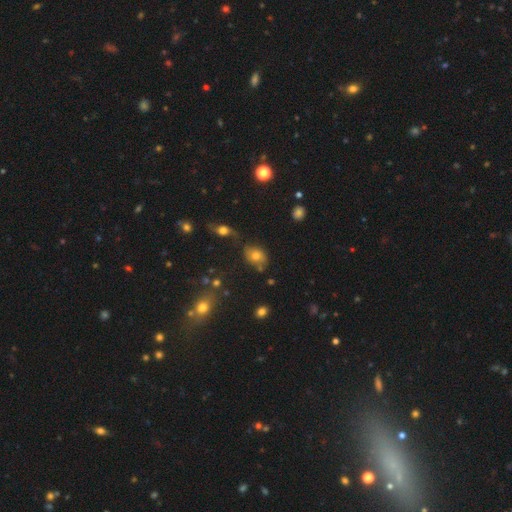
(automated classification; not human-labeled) Smooth or featured? smooth (71%)
How rounded? in between (63%)
Merging? none (57%)